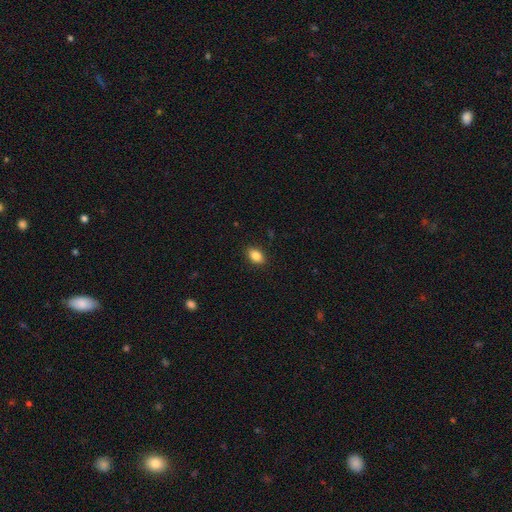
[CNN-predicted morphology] The model was most divided on "how rounded": in between: 85%, round: 13%, cigar-shaped: 2%. More confident: merging — none (89%); smooth or featured — smooth (87%).